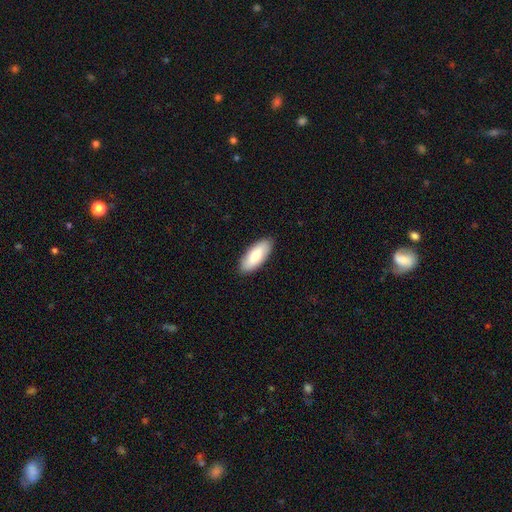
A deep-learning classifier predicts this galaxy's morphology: Smooth or featured: smooth — 76% (featured or disk — 18%)
How rounded: in between — 83% (cigar-shaped — 15%)
Merging: none — 89% (minor disturbance — 8%)